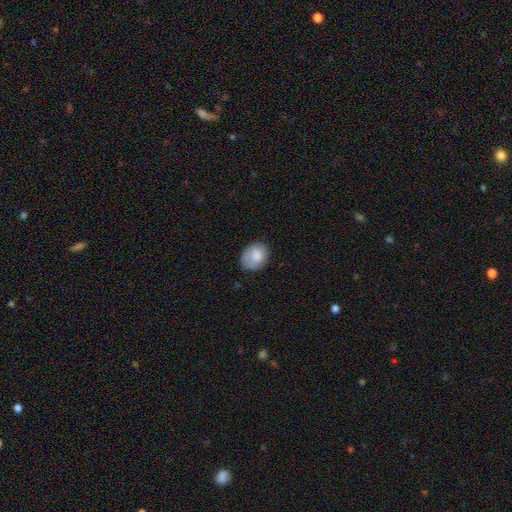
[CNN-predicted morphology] Overall: smooth (83%). How rounded: in between (53%; round 46%). Merging: none (70%).